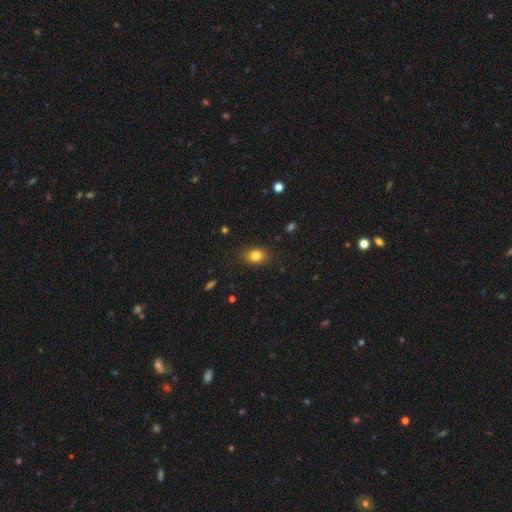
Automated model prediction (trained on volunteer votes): smooth-or-featured: smooth: 82% | star or artifact: 11% | featured or disk: 7%
  how-rounded: in between: 61% | round: 38% | cigar-shaped: 1%
  merging: none: 86% | minor disturbance: 10% | major disturbance: 3% | merger: 1%